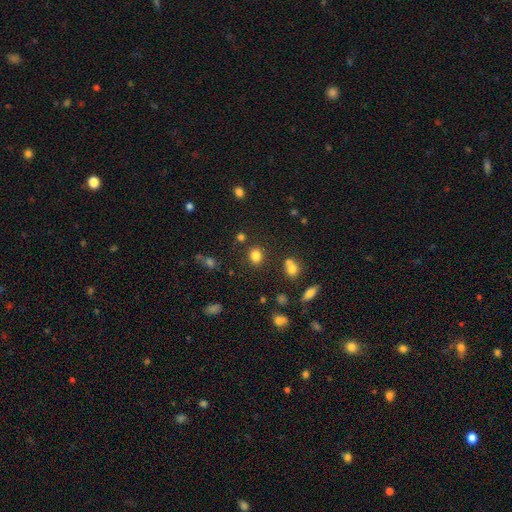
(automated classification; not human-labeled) Overall: smooth (80%). How rounded: round (60%; in between 39%). Merging: none (78%).